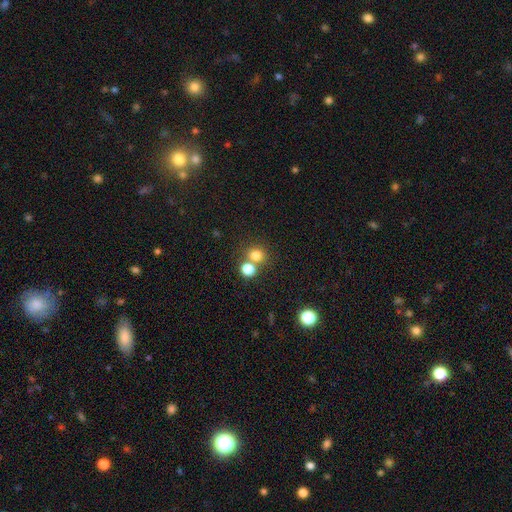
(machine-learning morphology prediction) A smooth galaxy with no disk features (77%) that is round (83%).

Vote fractions:
- Smooth or featured? smooth: 77% / star or artifact: 16% / featured or disk: 8%
- How rounded? round: 83% / in between: 16% / cigar-shaped: 1%
- Merging? none: 59% / merger: 31% / minor disturbance: 7% / major disturbance: 3%